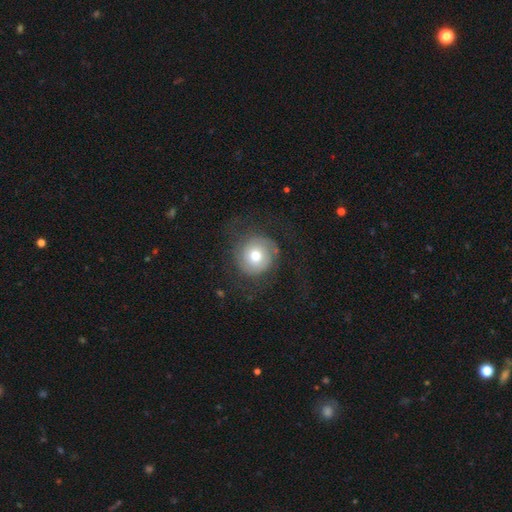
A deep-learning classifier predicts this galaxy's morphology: Smooth or featured?
  - smooth: 53% *
  - featured or disk: 38%
  - star or artifact: 8%
How rounded?
  - round: 91% *
  - in between: 8%
  - cigar-shaped: 1%
Merging?
  - none: 67% *
  - major disturbance: 16%
  - minor disturbance: 16%
  - merger: 1%